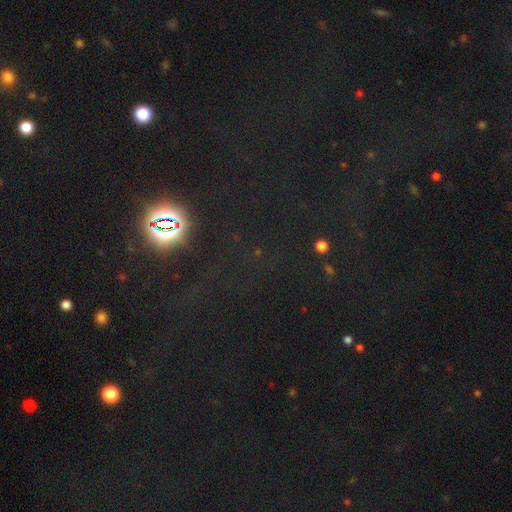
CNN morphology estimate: Overall: star or artifact (80%).